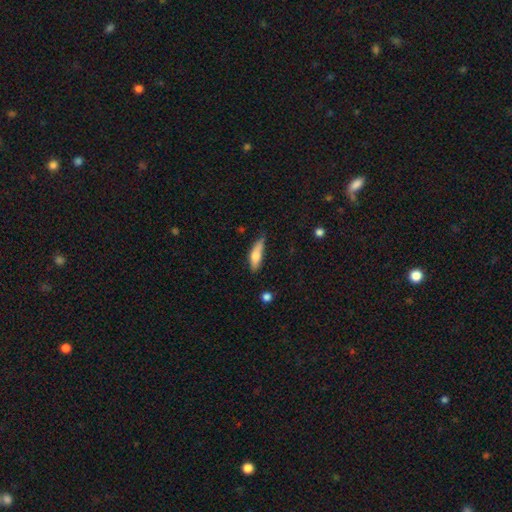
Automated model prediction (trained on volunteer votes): This appears to be a smooth galaxy with no disk features (69%) that is cigar-shaped (56%). Merging: none (63%).